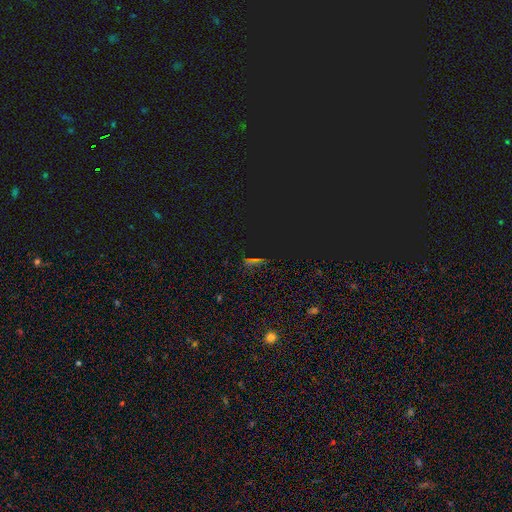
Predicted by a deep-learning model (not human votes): Smooth or featured? Predicted: star or artifact (p=0.70).